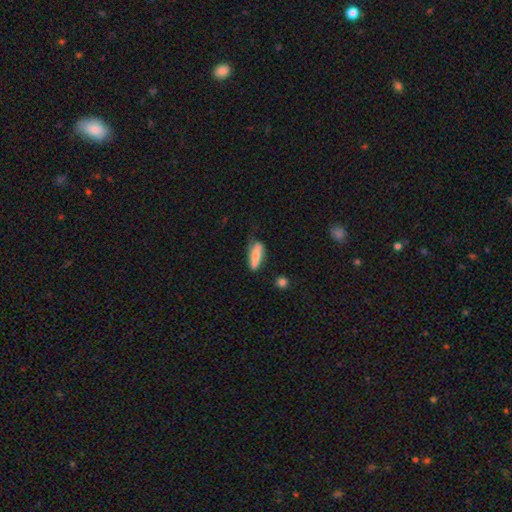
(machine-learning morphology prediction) Smooth or featured?
  - smooth: 68% *
  - featured or disk: 25%
  - star or artifact: 7%
How rounded?
  - cigar-shaped: 50% *
  - in between: 47%
  - round: 2%
Merging?
  - none: 58% *
  - minor disturbance: 30%
  - major disturbance: 8%
  - merger: 3%